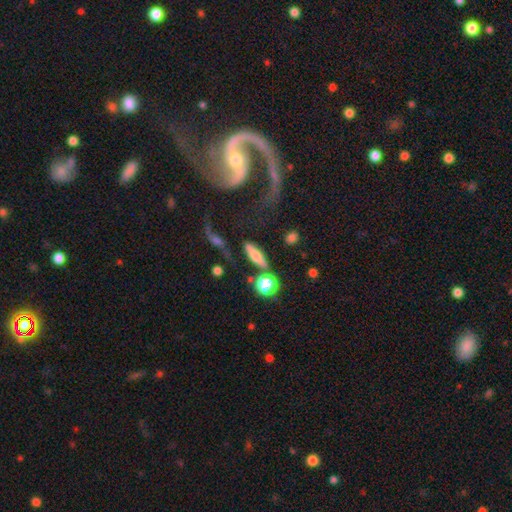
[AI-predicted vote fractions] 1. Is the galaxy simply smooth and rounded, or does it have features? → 56% smooth, 33% featured or disk, 11% star or artifact.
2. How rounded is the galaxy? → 52% cigar-shaped, 39% in between, 9% round.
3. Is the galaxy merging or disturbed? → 65% none, 15% minor disturbance, 11% merger, 9% major disturbance.